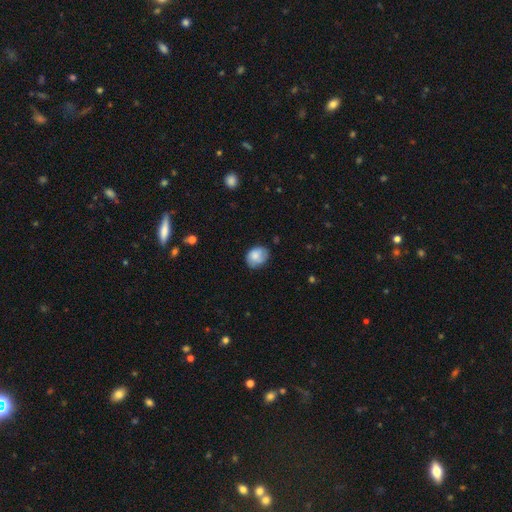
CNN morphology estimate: smooth_or_featured: smooth (p=0.78) [alt: featured or disk p=0.14]
how_rounded: in between (p=0.53) [alt: round p=0.46]
merging: none (p=0.66) [alt: minor disturbance p=0.27]